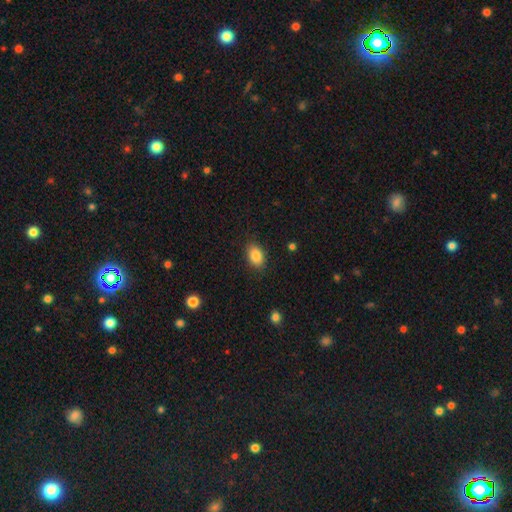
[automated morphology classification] Smooth or featured? smooth (86%)
How rounded? in between (83%)
Merging? none (86%)